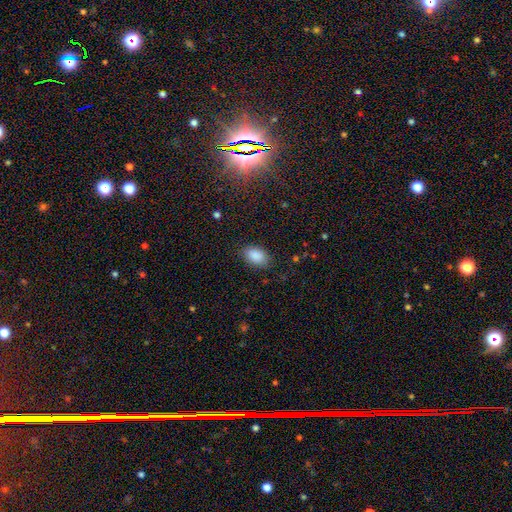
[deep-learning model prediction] Smooth or featured?
  - smooth: 89% *
  - star or artifact: 8%
  - featured or disk: 4%
How rounded?
  - in between: 91% *
  - round: 8%
  - cigar-shaped: 1%
Merging?
  - none: 84% *
  - minor disturbance: 12%
  - major disturbance: 3%
  - merger: 1%